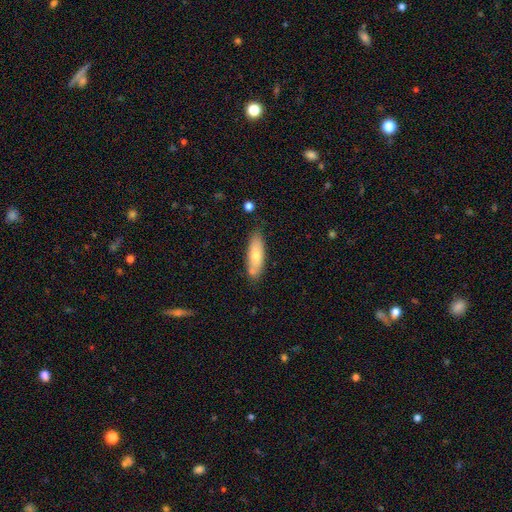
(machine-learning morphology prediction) Q: Smooth or featured?
A: smooth (71%); runner-up: featured or disk (23%)
Q: How rounded?
A: in between (61%); runner-up: cigar-shaped (37%)
Q: Merging?
A: none (72%); runner-up: minor disturbance (16%)